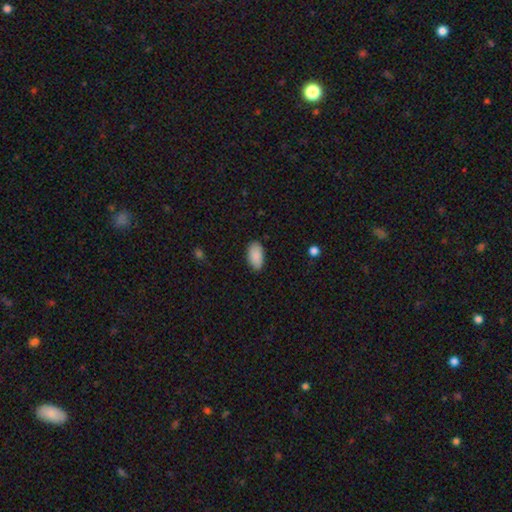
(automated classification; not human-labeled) A smooth galaxy with no disk features (90%) that is in between round and cigar-shaped (95%).

Vote fractions:
- Smooth or featured? smooth: 90% / star or artifact: 6% / featured or disk: 4%
- How rounded? in between: 95% / round: 3% / cigar-shaped: 2%
- Merging? none: 86% / minor disturbance: 11% / major disturbance: 2% / merger: 1%